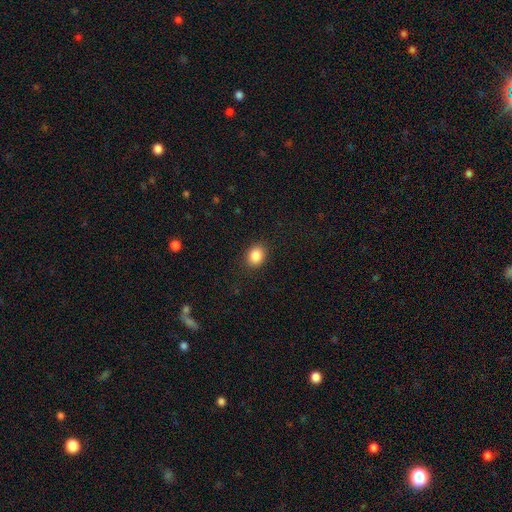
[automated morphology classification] Smooth or featured?
  - smooth: 86% *
  - star or artifact: 9%
  - featured or disk: 4%
How rounded?
  - round: 50% *
  - in between: 49%
  - cigar-shaped: 1%
Merging?
  - none: 88% *
  - minor disturbance: 9%
  - major disturbance: 3%
  - merger: 1%